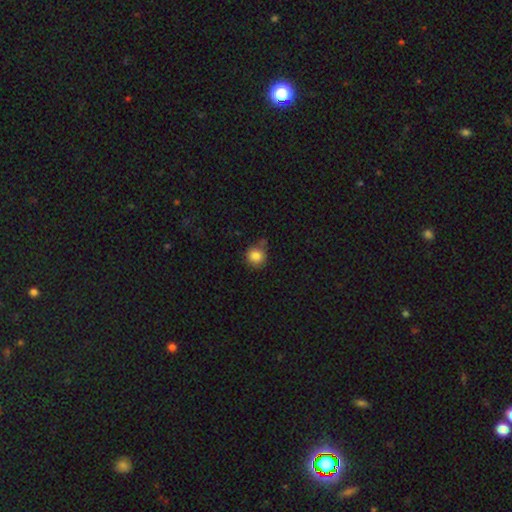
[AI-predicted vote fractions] The model was most divided on "merging": none: 68%, minor disturbance: 20%, merger: 8%, major disturbance: 5%. More confident: how rounded — round (89%); smooth or featured — smooth (86%).